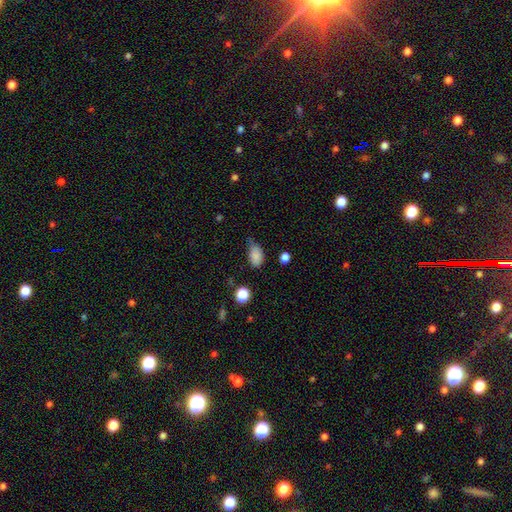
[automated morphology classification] type=smooth (84%); roundness=in between (86%); merging=minor disturbance (46%).